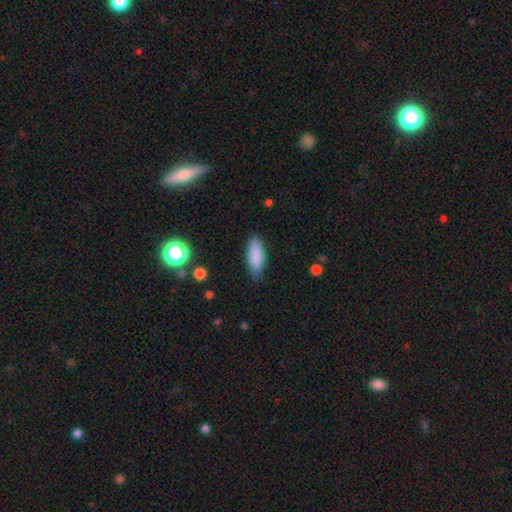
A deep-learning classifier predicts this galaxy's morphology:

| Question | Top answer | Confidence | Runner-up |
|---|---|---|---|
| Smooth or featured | smooth | 86% | featured or disk (7%) |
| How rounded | in between | 68% | cigar-shaped (30%) |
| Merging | none | 78% | minor disturbance (18%) |